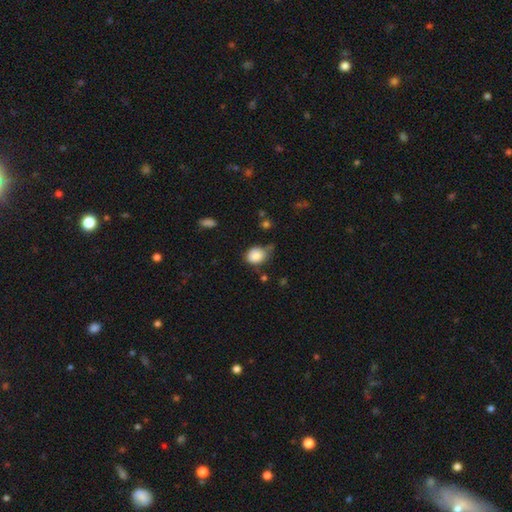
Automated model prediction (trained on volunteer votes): Smooth or featured? smooth (85%)
How rounded? round (52%)
Merging? none (57%)